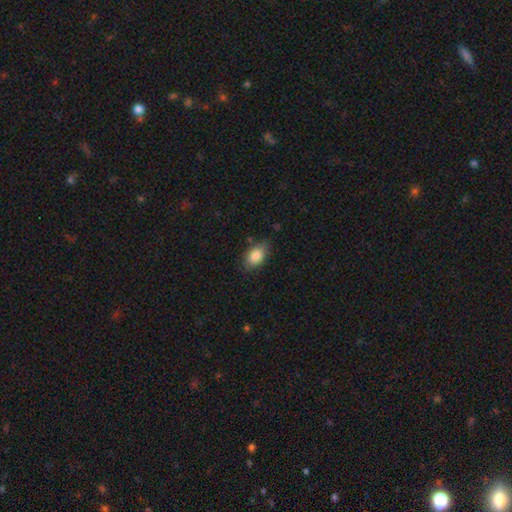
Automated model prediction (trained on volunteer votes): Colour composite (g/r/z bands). It shows a smooth galaxy with no disk features (85%) that is in between round and cigar-shaped (87%). Merging: none (77%).